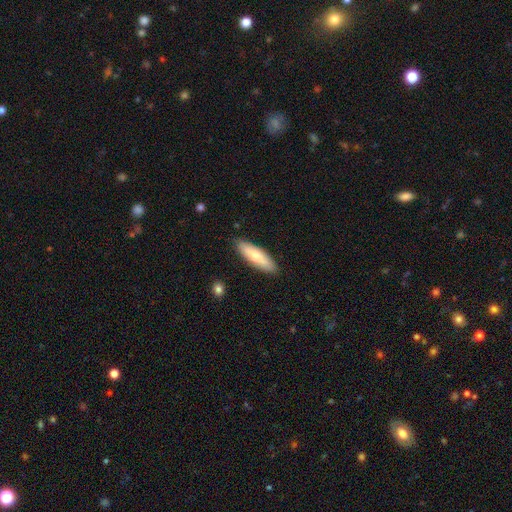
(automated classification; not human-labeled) The model was most divided on "how rounded": cigar-shaped: 53%, in between: 45%, round: 2%. More confident: merging — none (88%); smooth or featured — smooth (68%).